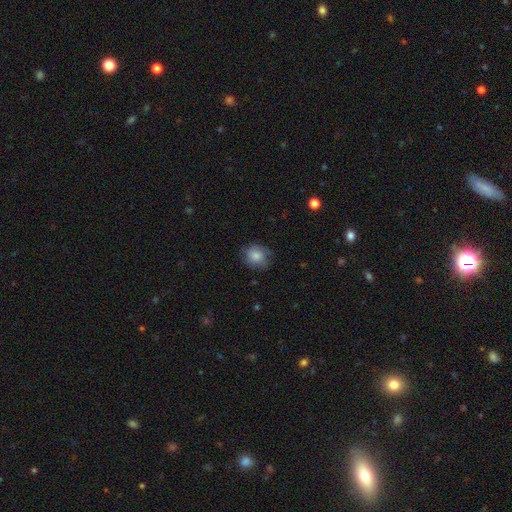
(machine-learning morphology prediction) This is likely a smooth galaxy (78%). How rounded: likely round (78%). Merging: likely none (69%).